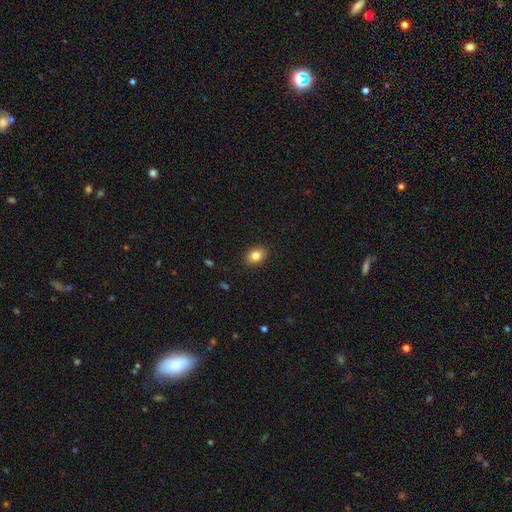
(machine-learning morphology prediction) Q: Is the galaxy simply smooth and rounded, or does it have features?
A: smooth — 83%.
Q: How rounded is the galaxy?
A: in between — 69%.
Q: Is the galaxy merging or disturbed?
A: none — 90%.